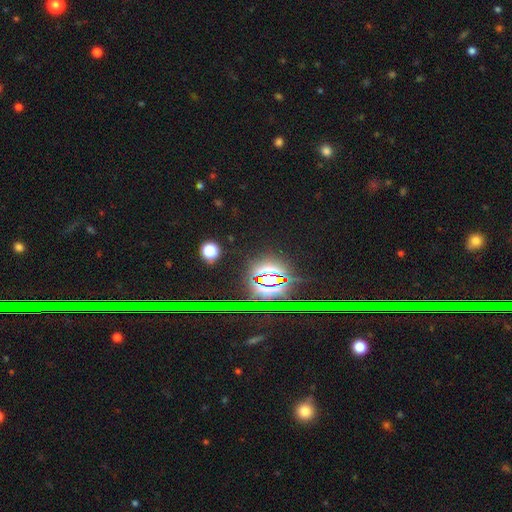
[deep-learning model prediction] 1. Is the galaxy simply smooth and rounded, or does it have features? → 82% star or artifact, 11% smooth, 8% featured or disk.